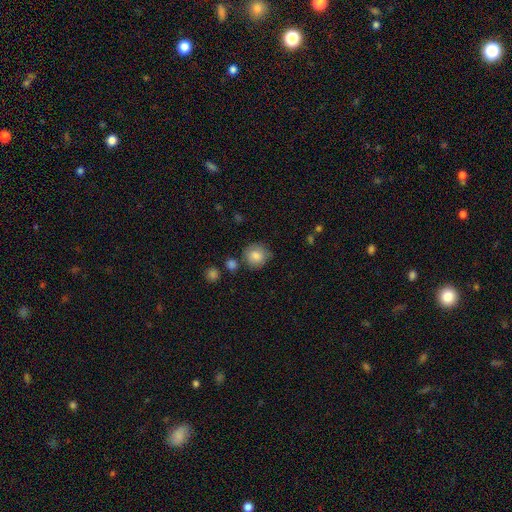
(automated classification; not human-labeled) Morphology: type=smooth (84%); roundness=round (90%); merging=none (76%).